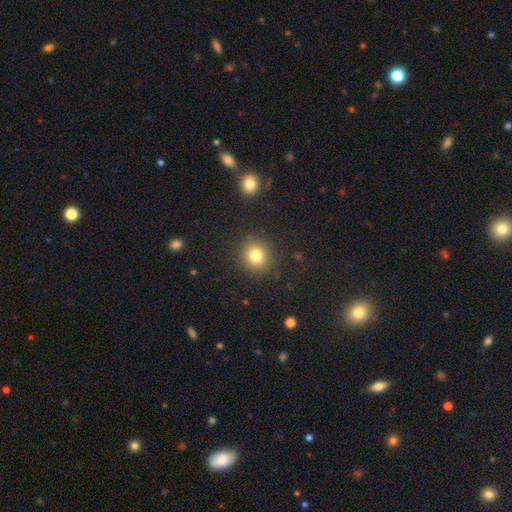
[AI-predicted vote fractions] Smooth or featured: smooth — 79% (star or artifact — 13%)
How rounded: round — 86% (in between — 13%)
Merging: none — 88% (minor disturbance — 8%)